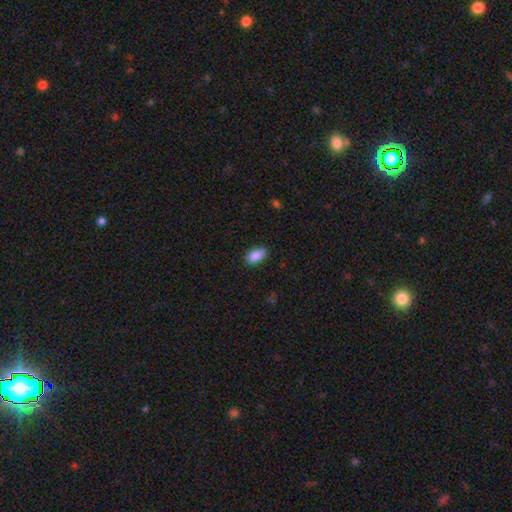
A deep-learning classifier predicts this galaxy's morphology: This appears to be a smooth galaxy with no disk features (89%) that is in between round and cigar-shaped (92%). Merging: none (83%).